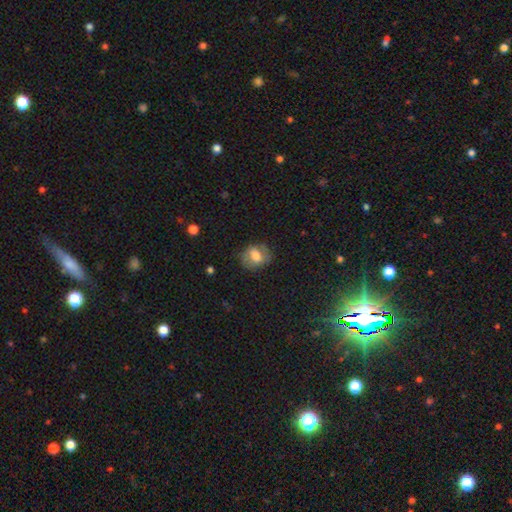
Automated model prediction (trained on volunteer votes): Q: Smooth or featured?
A: smooth (65%); runner-up: featured or disk (26%)
Q: How rounded?
A: in between (56%); runner-up: round (42%)
Q: Merging?
A: none (72%); runner-up: minor disturbance (19%)